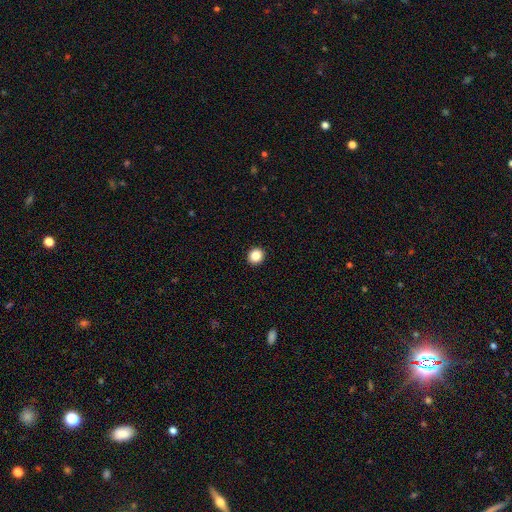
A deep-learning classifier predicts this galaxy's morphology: Smooth or featured? Predicted: smooth (p=0.86). How rounded? Predicted: round (p=0.87). Merging? Predicted: none (p=0.93).